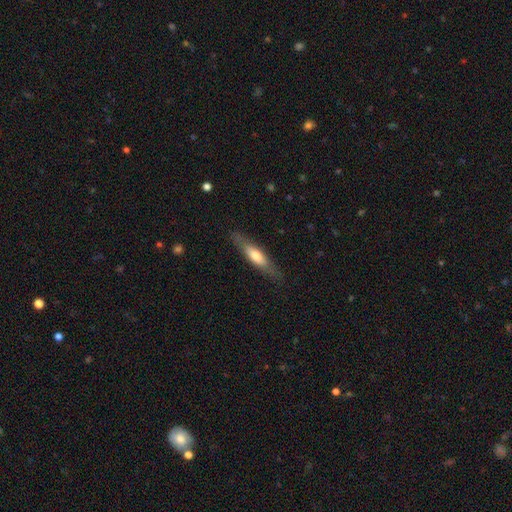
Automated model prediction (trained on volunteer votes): Overall: smooth (56%; featured or disk 39%). How rounded: cigar-shaped (73%). Merging: none (83%).